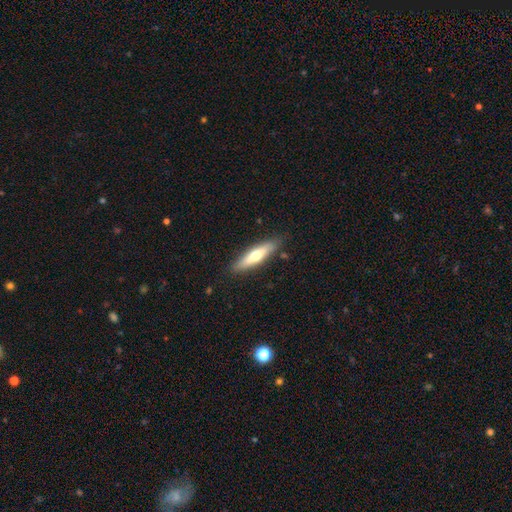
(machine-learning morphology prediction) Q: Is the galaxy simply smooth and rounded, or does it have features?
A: smooth — 54%.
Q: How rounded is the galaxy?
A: cigar-shaped — 71%.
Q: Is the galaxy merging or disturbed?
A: none — 85%.